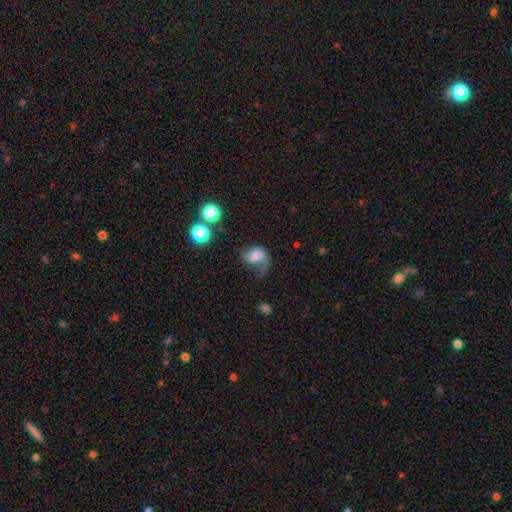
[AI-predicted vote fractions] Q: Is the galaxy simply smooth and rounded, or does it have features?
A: featured or disk — 66%.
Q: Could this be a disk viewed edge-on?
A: no — 98%.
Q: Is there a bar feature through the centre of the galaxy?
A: no — 56%.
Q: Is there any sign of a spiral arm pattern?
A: yes — 91%.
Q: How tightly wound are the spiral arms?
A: loose — 66%.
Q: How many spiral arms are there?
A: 1 — 55%.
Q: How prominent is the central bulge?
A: moderate — 29%.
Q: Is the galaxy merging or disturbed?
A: major disturbance — 41%.